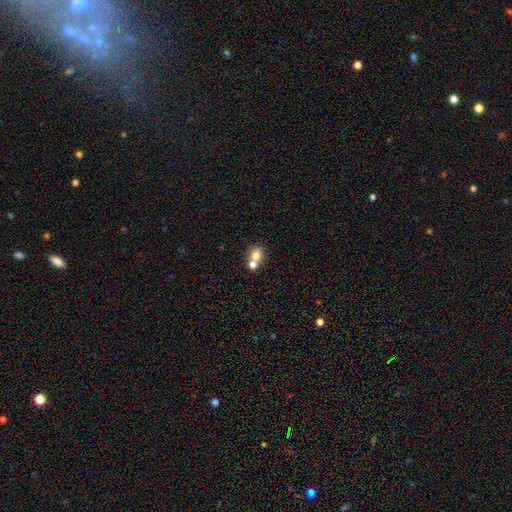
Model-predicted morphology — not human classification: The model was most divided on "merging": merger: 55%, none: 35%, minor disturbance: 6%, major disturbance: 3%. More confident: smooth or featured — smooth (76%); how rounded — round (68%).